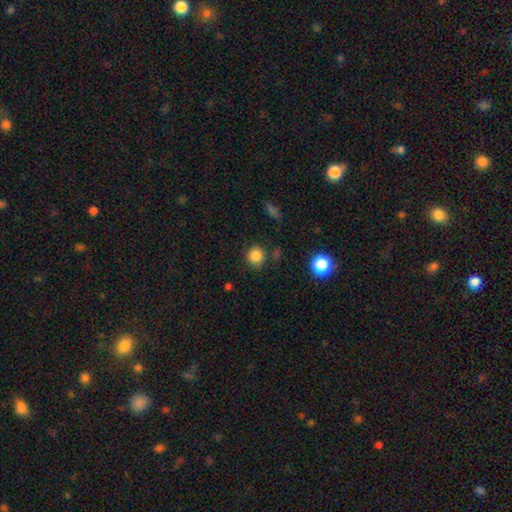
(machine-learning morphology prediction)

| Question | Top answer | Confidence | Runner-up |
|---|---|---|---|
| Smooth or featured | smooth | 84% | star or artifact (12%) |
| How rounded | round | 90% | in between (9%) |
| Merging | none | 79% | minor disturbance (14%) |